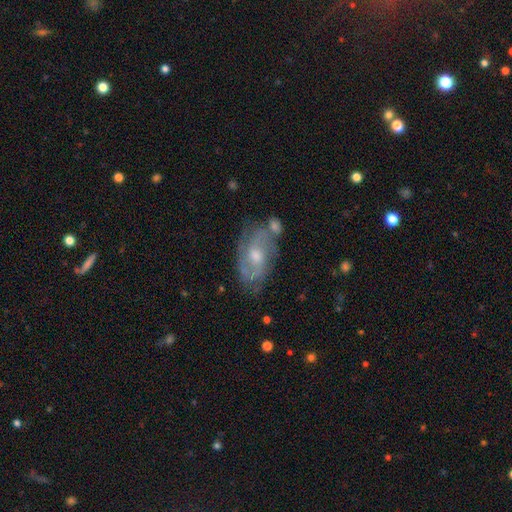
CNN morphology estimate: The model was most divided on "spiral winding": medium: 44%, tight: 40%, loose: 16%. More confident: edge-on disk — no (94%); spiral arms — yes (88%); smooth or featured — featured or disk (76%); merging — none (65%); bulge size — moderate (61%); bar — no (58%); spiral arm count — 2 (54%).